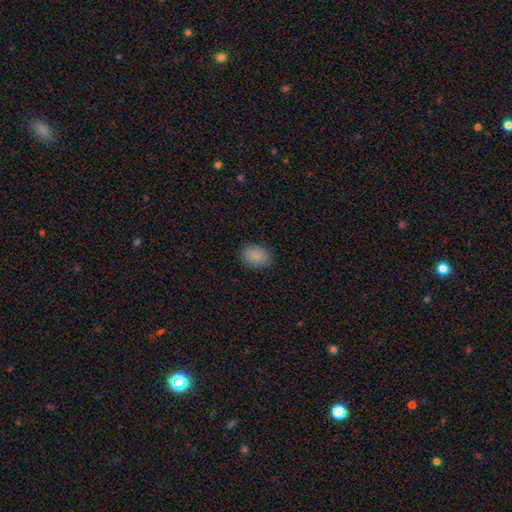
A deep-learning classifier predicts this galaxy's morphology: This appears to be a smooth galaxy with no disk features (88%) that is in between round and cigar-shaped (73%). Merging: none (86%).